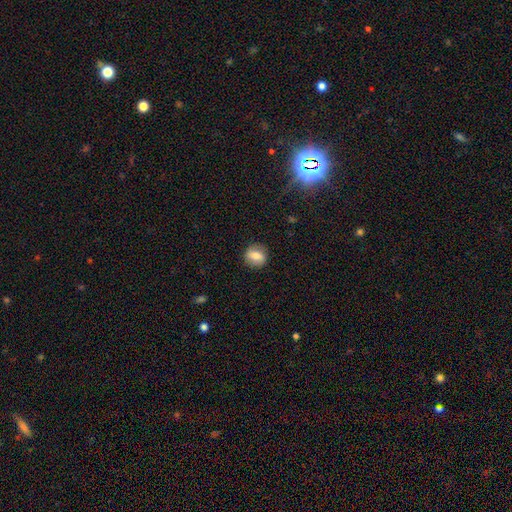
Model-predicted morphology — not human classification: Q: Smooth or featured?
A: smooth (71%); runner-up: featured or disk (20%)
Q: How rounded?
A: round (76%); runner-up: in between (22%)
Q: Merging?
A: none (86%); runner-up: minor disturbance (10%)